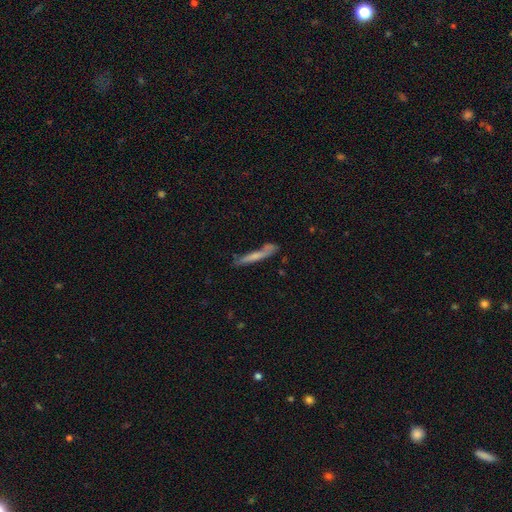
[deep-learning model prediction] smooth-or-featured: smooth: 57% | featured or disk: 36% | star or artifact: 7%
  how-rounded: cigar-shaped: 94% | in between: 5% | round: 2%
  merging: none: 67% | minor disturbance: 20% | merger: 7% | major disturbance: 6%